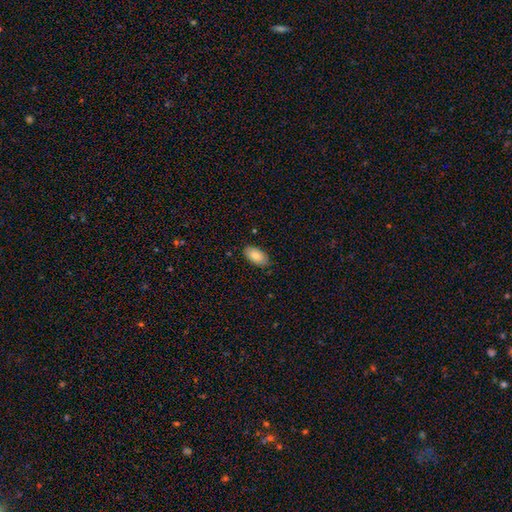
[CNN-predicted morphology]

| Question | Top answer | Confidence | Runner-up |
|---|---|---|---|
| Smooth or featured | smooth | 84% | featured or disk (10%) |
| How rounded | in between | 94% | round (3%) |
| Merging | none | 84% | minor disturbance (13%) |